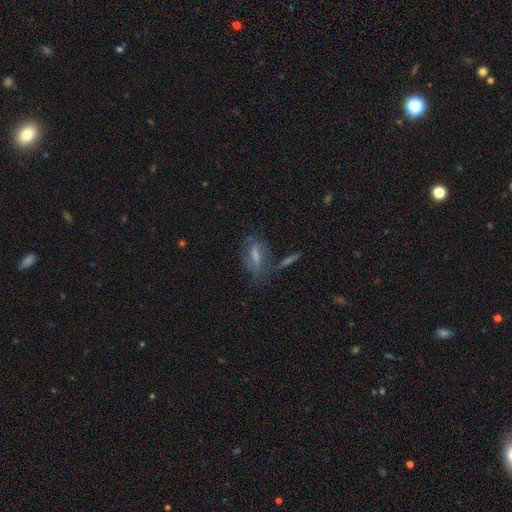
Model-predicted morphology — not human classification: Smooth or featured: smooth — 50% (featured or disk — 38%)
Merging: none — 51% (minor disturbance — 21%)